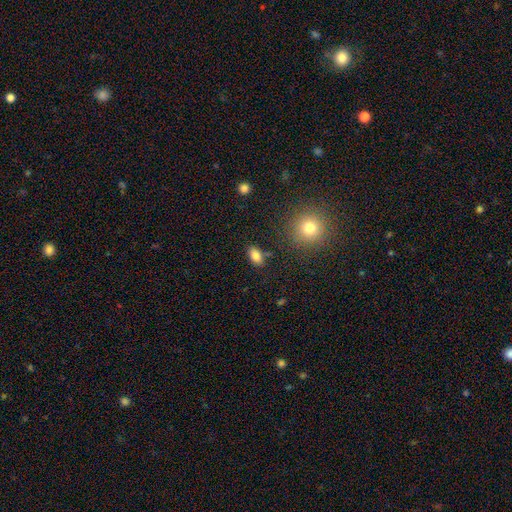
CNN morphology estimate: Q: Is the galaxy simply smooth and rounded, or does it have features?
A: smooth — 84%.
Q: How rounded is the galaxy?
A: in between — 89%.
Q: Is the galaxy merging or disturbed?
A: none — 83%.